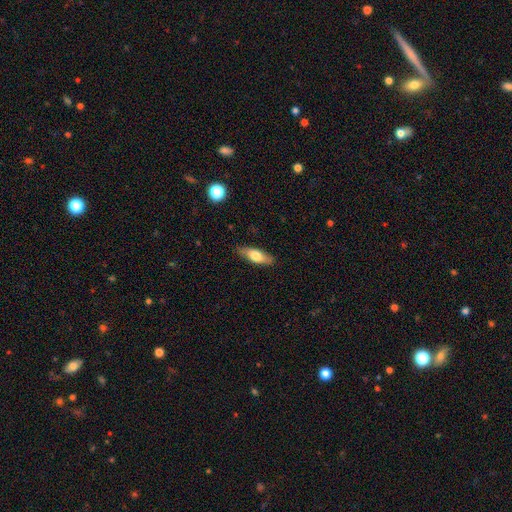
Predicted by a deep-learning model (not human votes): Q: Smooth or featured?
A: smooth (66%); runner-up: featured or disk (28%)
Q: How rounded?
A: in between (59%); runner-up: cigar-shaped (39%)
Q: Merging?
A: none (85%); runner-up: minor disturbance (12%)